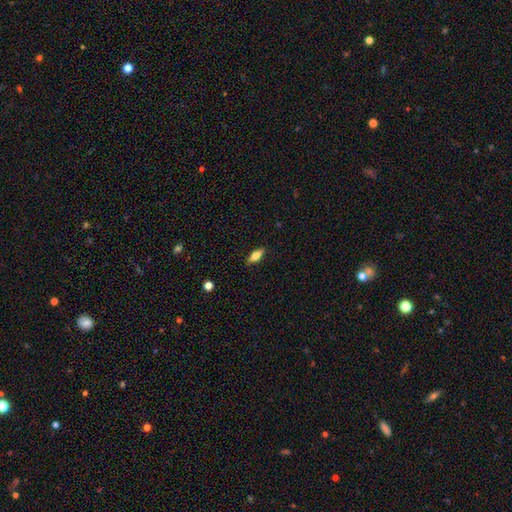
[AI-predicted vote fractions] The model was most divided on "smooth or featured": smooth: 72%, featured or disk: 20%, star or artifact: 7%. More confident: merging — none (87%); how rounded — in between (75%).